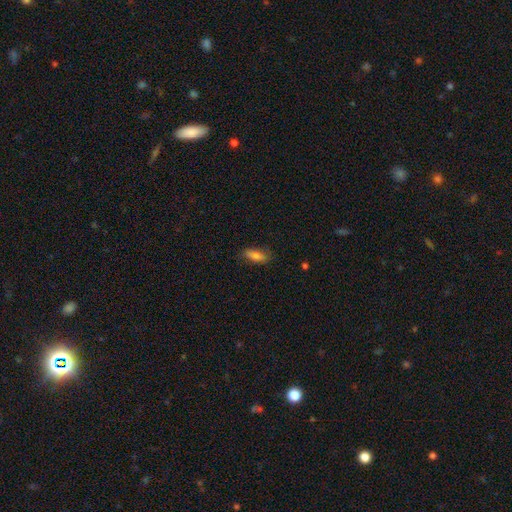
A smooth galaxy with no disk features (77%) that is in between round and cigar-shaped (80%).

Vote fractions:
- Smooth or featured? smooth: 77% / featured or disk: 13% / star or artifact: 10%
- How rounded? in between: 80% / cigar-shaped: 20% / round: 0%
- Merging? none: 80% / minor disturbance: 17% / major disturbance: 3% / merger: 0%